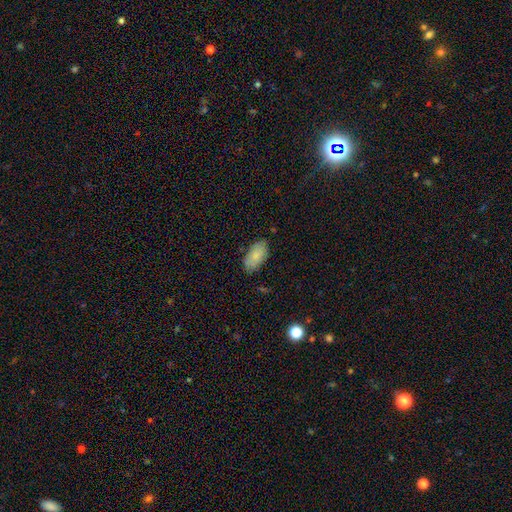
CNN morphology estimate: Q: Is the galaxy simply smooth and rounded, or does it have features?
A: smooth — 84%.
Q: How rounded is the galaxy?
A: in between — 94%.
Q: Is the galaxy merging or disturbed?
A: none — 79%.